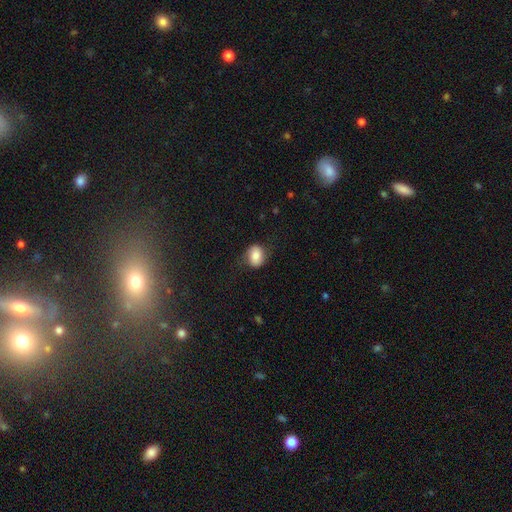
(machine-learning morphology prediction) Overall: smooth (78%). How rounded: in between (60%; round 39%). Merging: none (70%).